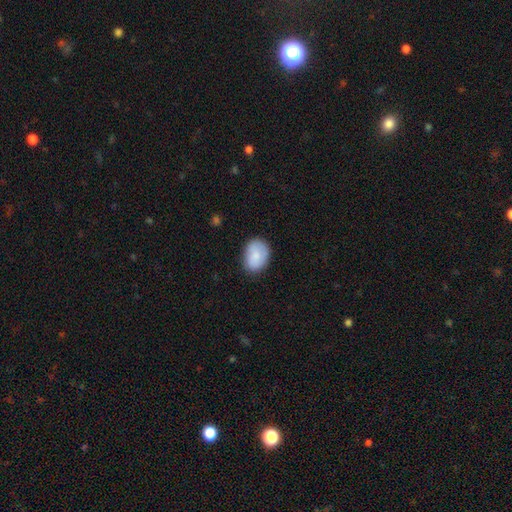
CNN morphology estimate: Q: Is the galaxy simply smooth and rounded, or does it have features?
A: smooth — 84%.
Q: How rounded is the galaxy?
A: in between — 70%.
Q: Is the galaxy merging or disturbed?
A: none — 75%.